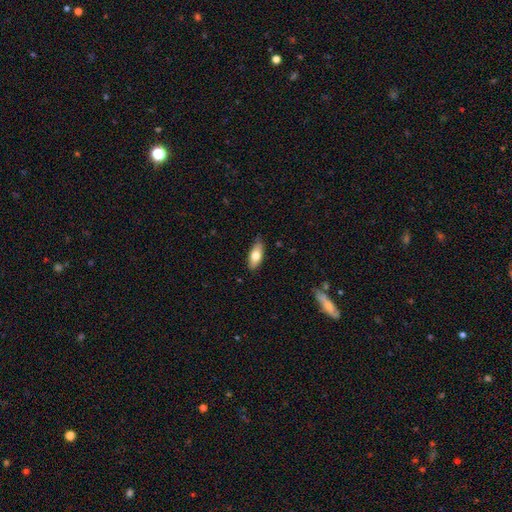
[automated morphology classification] The model was most divided on "smooth or featured": smooth: 72%, featured or disk: 22%, star or artifact: 6%. More confident: merging — none (83%); how rounded — in between (78%).